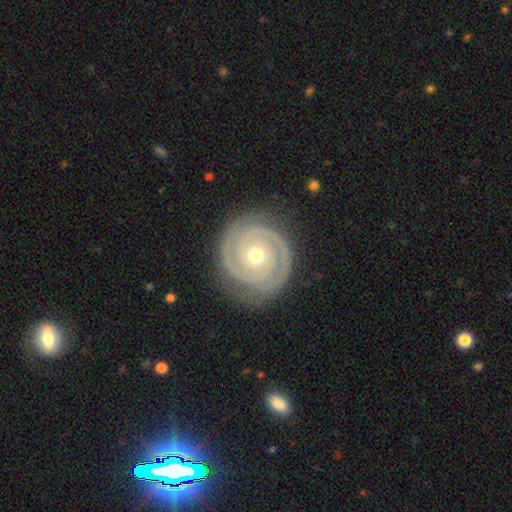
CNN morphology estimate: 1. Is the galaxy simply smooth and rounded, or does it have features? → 91% featured or disk, 5% smooth, 4% star or artifact.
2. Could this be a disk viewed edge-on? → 98% no, 2% yes.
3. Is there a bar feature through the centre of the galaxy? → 80% no, 13% weak, 6% strong.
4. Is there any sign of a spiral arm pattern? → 98% yes, 2% no.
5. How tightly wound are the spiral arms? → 86% tight, 12% medium, 2% loose.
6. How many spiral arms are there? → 85% 2, 6% 3, 4% can't tell, 2% 1, 2% 4, 2% more than 4.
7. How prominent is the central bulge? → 54% moderate, 43% small, 1% large, 1% dominant, 1% none.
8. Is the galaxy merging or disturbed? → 85% none, 11% minor disturbance, 3% major disturbance, 1% merger.